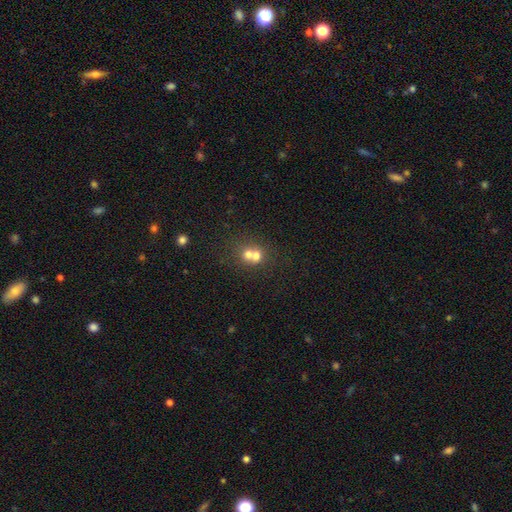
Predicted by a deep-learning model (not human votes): This is likely a smooth galaxy (67%). How rounded: likely round (77%). Merging: likely merger (65%).